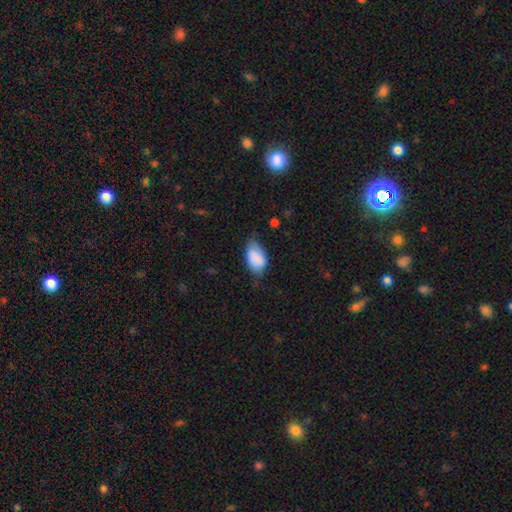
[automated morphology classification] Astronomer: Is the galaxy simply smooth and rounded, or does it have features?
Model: smooth — 84%.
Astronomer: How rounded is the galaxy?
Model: in between — 92%.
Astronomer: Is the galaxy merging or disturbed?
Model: none — 49% (runner-up: minor disturbance, 39%).